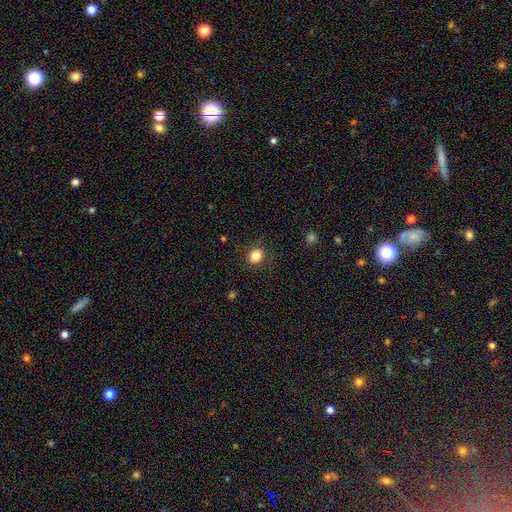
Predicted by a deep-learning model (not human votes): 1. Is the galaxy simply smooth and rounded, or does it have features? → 83% smooth, 11% star or artifact, 6% featured or disk.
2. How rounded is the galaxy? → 68% round, 31% in between, 1% cigar-shaped.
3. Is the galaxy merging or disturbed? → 84% none, 11% minor disturbance, 4% major disturbance, 1% merger.